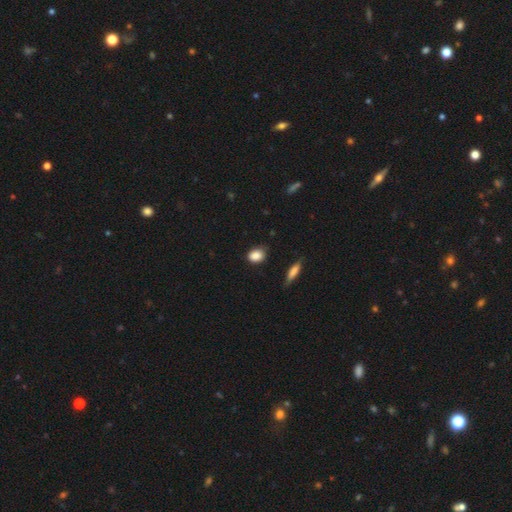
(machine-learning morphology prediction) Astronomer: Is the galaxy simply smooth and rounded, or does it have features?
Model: smooth — 87%.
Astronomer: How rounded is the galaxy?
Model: in between — 54% (runner-up: round, 44%).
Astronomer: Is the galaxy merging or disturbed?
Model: none — 73%.